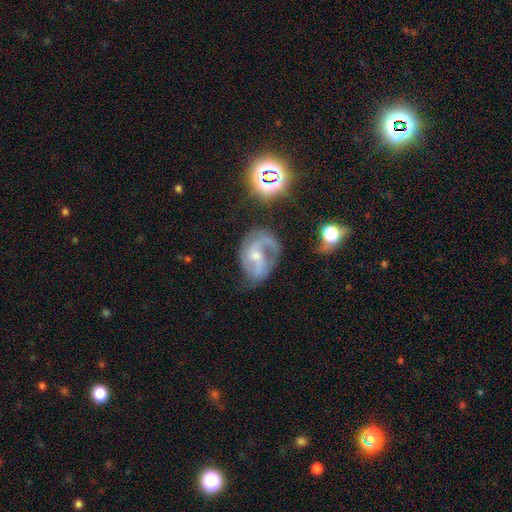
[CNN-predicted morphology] featured or disk 79%, smooth 11%, star or artifact 10%. Down the decision tree: edge-on disk — no (98%); bar — weak (45%); spiral arms — yes (92%); spiral arm count — 2 (68%); spiral winding — medium (49%); bulge size — small (52%); merging — none (51%).